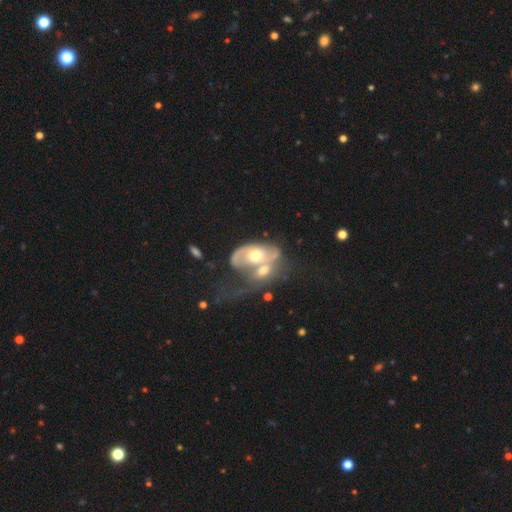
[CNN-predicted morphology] A featured or disk galaxy (64%) with no bar (74%), spiral arms (60%) and a moderate central bulge (69%). Merging: merger (67%).